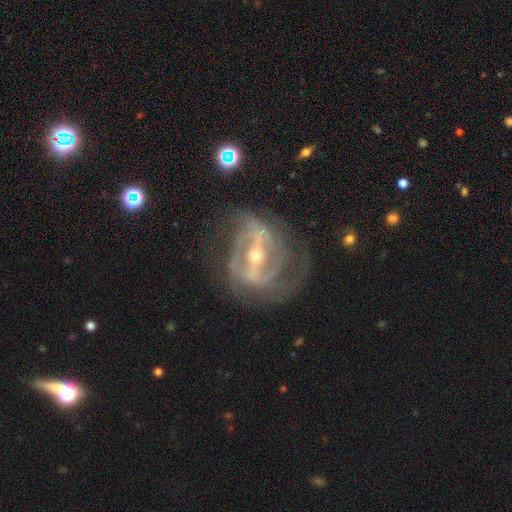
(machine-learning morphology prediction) smooth-or-featured: featured or disk: 89% | star or artifact: 6% | smooth: 5%
  disk-edge-on: no: 94% | yes: 6%
    bar: strong: 71% | weak: 22% | no: 8%
    has-spiral-arms: yes: 90% | no: 10%
      spiral-winding: medium: 42% | tight: 41% | loose: 18%
      spiral-arm-count: 2: 45% | can't tell: 23% | 3: 16% | 4: 7% | 1: 5% | more than 4: 4%
    bulge-size: small: 55% | moderate: 41% | large: 2% | none: 1% | dominant: 1%
  merging: none: 62% | minor disturbance: 19% | major disturbance: 17% | merger: 2%